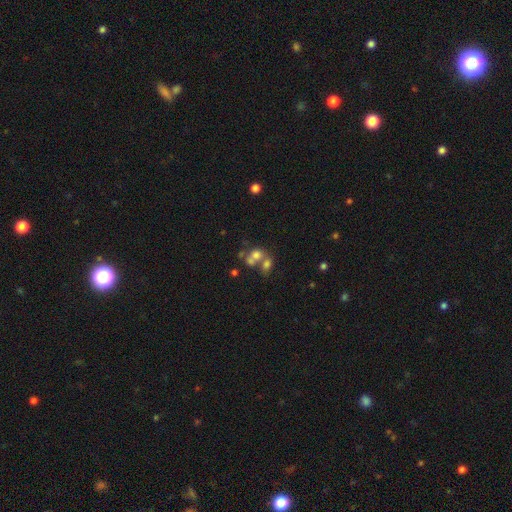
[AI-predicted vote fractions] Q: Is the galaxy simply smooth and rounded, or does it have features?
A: smooth — 62%.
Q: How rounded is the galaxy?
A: round — 56%.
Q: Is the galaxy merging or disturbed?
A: merger — 57%.